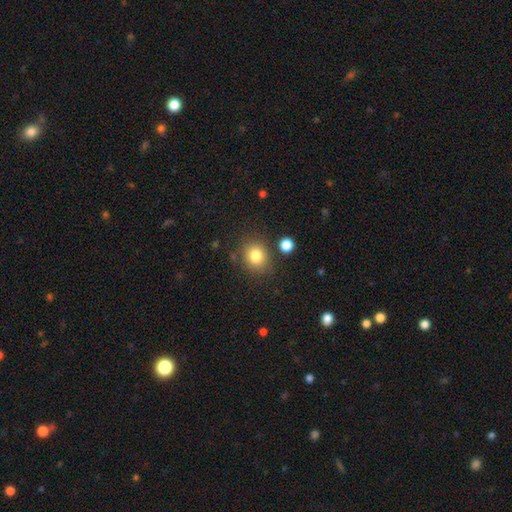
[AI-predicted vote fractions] smooth 81%, star or artifact 12%, featured or disk 7%. Down the decision tree: how rounded — round (75%); merging — none (80%).